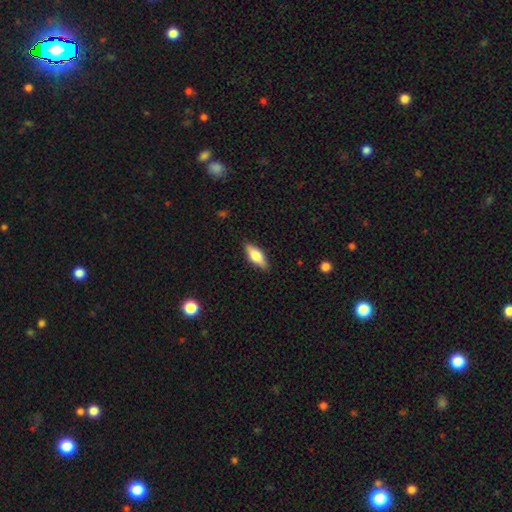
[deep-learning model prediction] The model was most divided on "smooth or featured": smooth: 61%, featured or disk: 33%, star or artifact: 7%. More confident: merging — none (86%); how rounded — in between (65%).